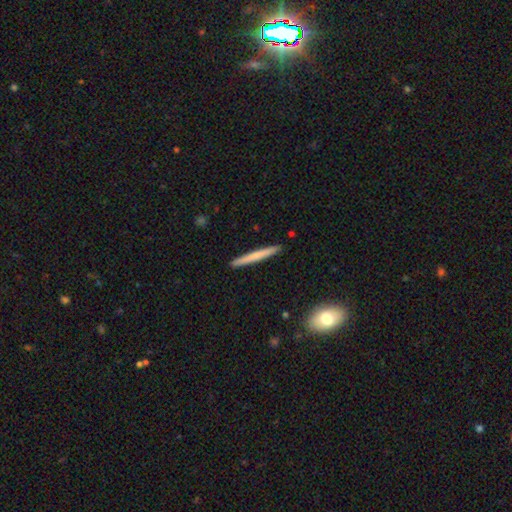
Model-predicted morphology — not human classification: Smooth or featured: smooth — 60% (featured or disk — 35%)
How rounded: cigar-shaped — 96% (in between — 2%)
Merging: none — 92% (minor disturbance — 6%)